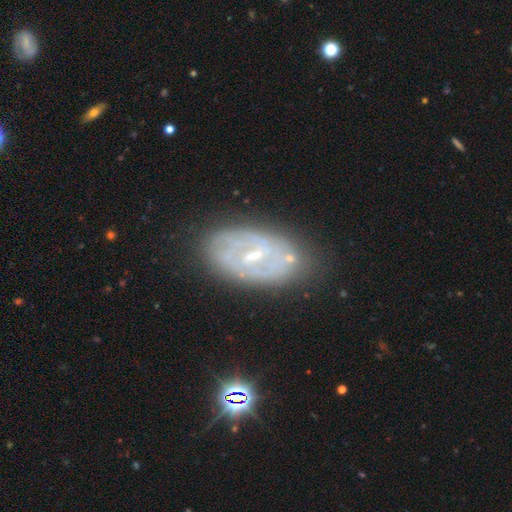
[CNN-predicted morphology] smooth-or-featured: featured or disk: 75% | smooth: 16% | star or artifact: 9%
  disk-edge-on: no: 94% | yes: 6%
    bar: weak: 50% | strong: 30% | no: 20%
    has-spiral-arms: yes: 70% | no: 30%
    bulge-size: small: 57% | moderate: 33% | none: 7% | large: 2% | dominant: 1%
  merging: none: 73% | minor disturbance: 18% | major disturbance: 6% | merger: 3%